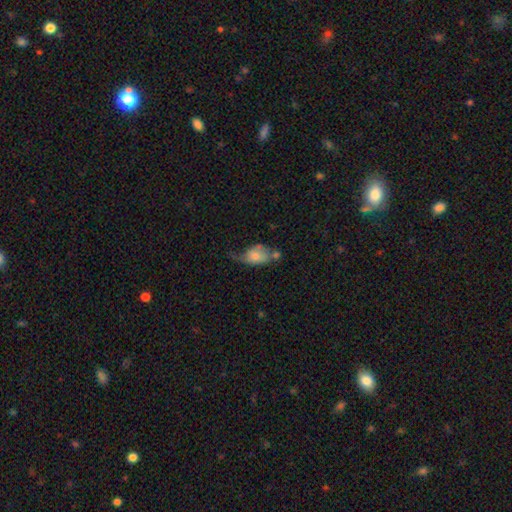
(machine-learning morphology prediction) Smooth or featured? smooth (63%)
How rounded? in between (86%)
Merging? minor disturbance (31%)